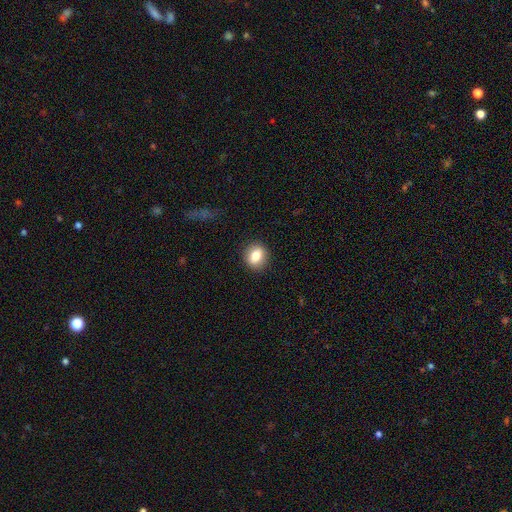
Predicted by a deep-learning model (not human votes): The model was most divided on "how rounded": round: 62%, in between: 37%, cigar-shaped: 1%. More confident: merging — none (89%); smooth or featured — smooth (80%).